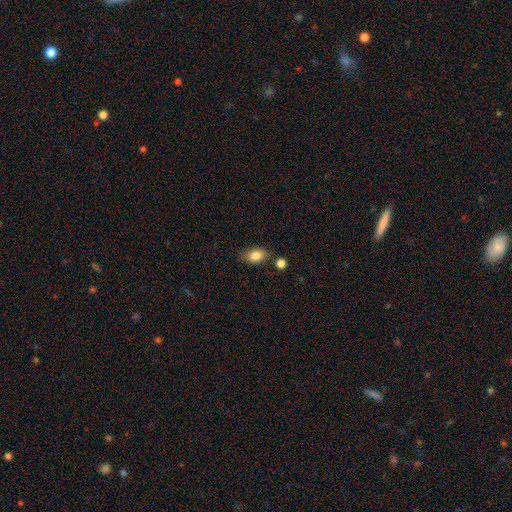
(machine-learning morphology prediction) A smooth galaxy with no disk features (85%) that is in between round and cigar-shaped (86%). Merging: none (74%).